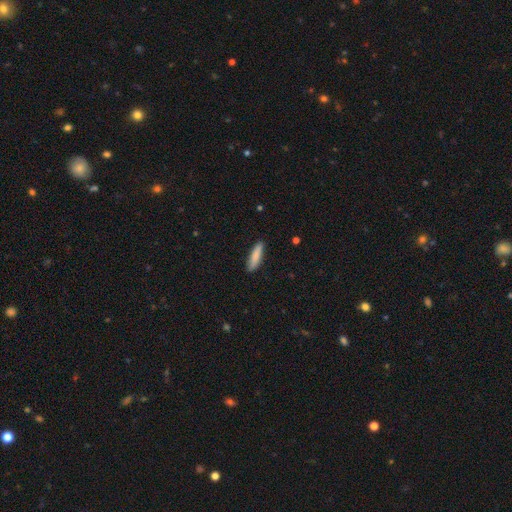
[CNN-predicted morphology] A smooth galaxy with no disk features (84%) that is cigar-shaped (78%). Merging: none (87%).